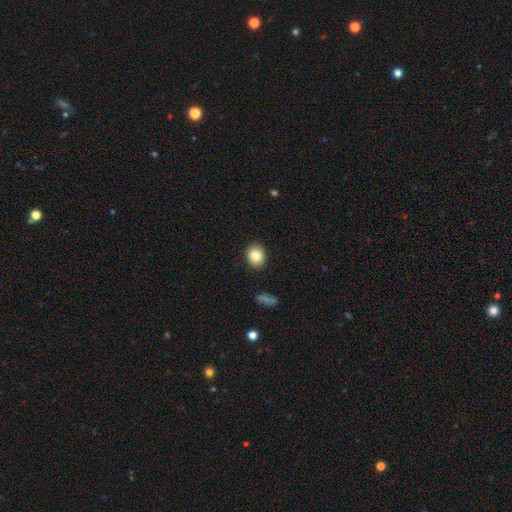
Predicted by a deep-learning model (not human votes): Morphology: type=smooth (86%); roundness=round (57%); merging=none (88%).